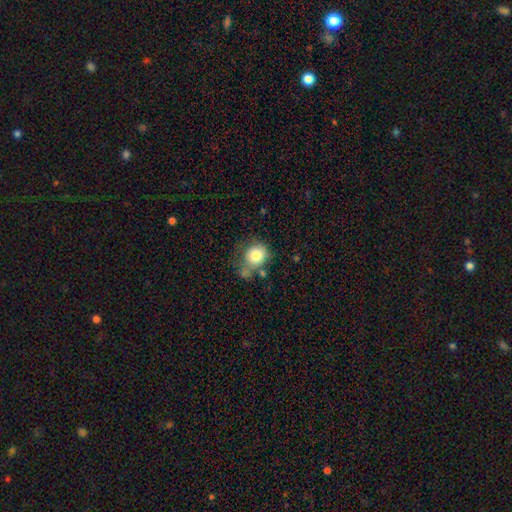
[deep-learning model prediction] smooth 80%, featured or disk 10%, star or artifact 10%. Down the decision tree: how rounded — round (77%); merging — none (48%).